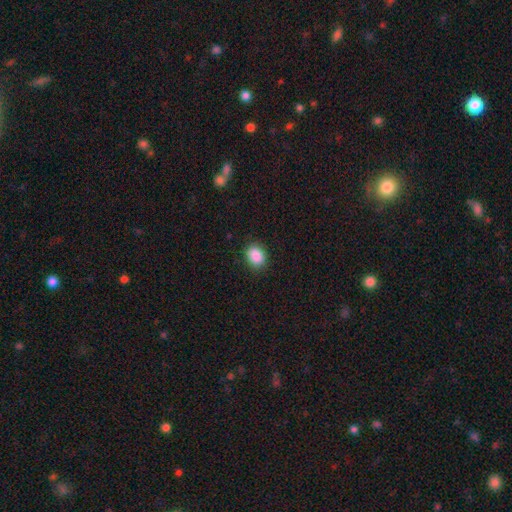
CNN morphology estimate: A smooth galaxy with no disk features (89%) that is in between round and cigar-shaped (62%).

Vote fractions:
- Smooth or featured? smooth: 89% / star or artifact: 8% / featured or disk: 3%
- How rounded? in between: 62% / round: 37% / cigar-shaped: 1%
- Merging? none: 86% / minor disturbance: 10% / major disturbance: 3% / merger: 1%